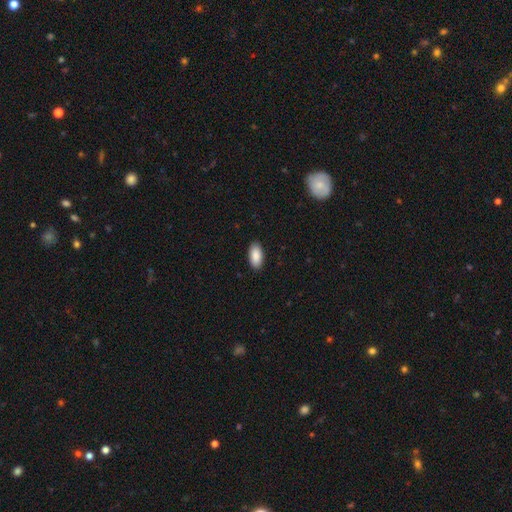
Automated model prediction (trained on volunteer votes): A smooth galaxy with no disk features (90%) that is in between round and cigar-shaped (94%).

Vote fractions:
- Smooth or featured? smooth: 90% / star or artifact: 6% / featured or disk: 4%
- How rounded? in between: 94% / cigar-shaped: 4% / round: 2%
- Merging? none: 90% / minor disturbance: 7% / major disturbance: 2% / merger: 1%